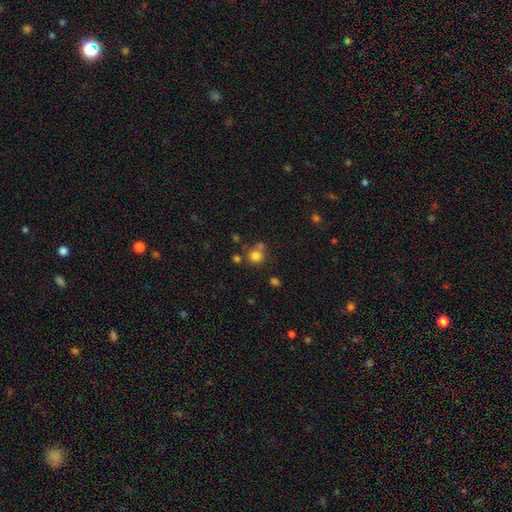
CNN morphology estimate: A smooth galaxy with no disk features (77%) that is round (88%). Merging: none (62%).